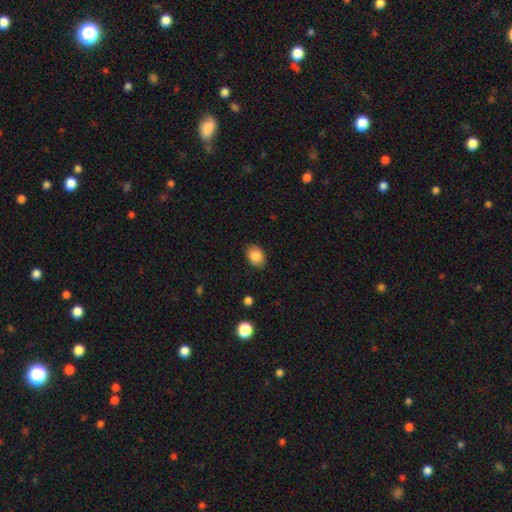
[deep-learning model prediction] Smooth or featured: smooth — 85% (star or artifact — 8%)
How rounded: in between — 70% (round — 29%)
Merging: none — 87% (minor disturbance — 9%)